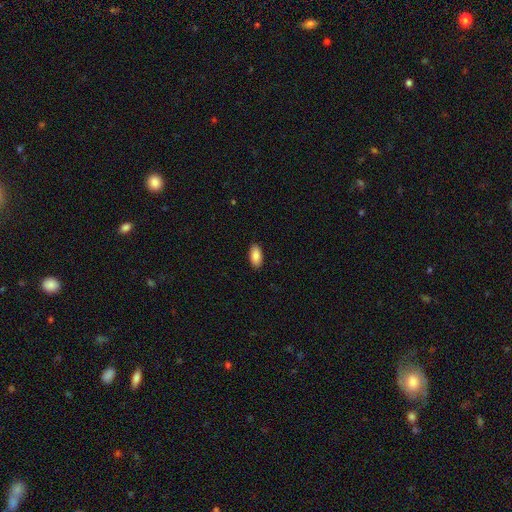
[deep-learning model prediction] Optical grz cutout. It shows a smooth galaxy with no disk features (89%) that is in between round and cigar-shaped (93%). Merging: none (89%).